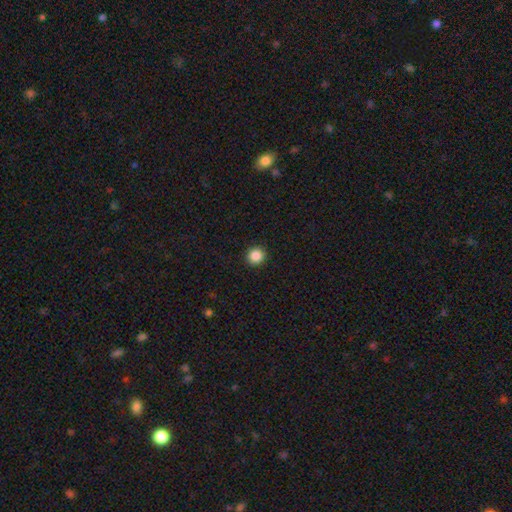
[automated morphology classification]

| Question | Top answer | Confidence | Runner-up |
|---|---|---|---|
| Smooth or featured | smooth | 87% | star or artifact (10%) |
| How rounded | round | 94% | in between (5%) |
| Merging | none | 93% | minor disturbance (4%) |